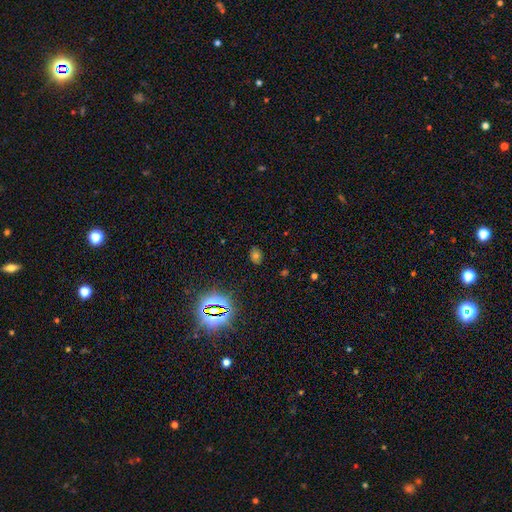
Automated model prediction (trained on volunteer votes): This is possibly a smooth galaxy (54%). How rounded: likely in between (65%). Merging: clearly none (83%).